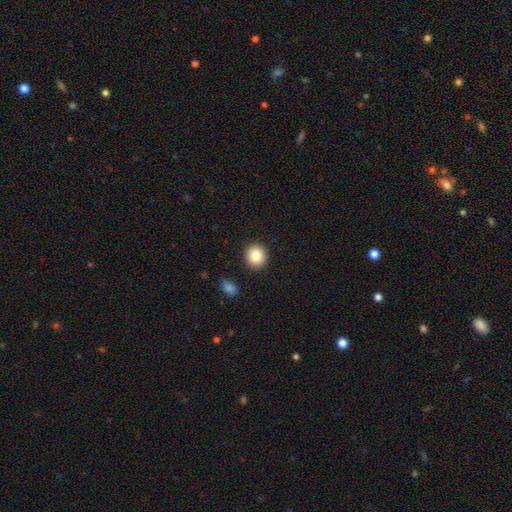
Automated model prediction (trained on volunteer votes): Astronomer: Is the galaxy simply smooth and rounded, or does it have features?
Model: smooth — 84%.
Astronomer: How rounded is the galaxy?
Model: round — 88%.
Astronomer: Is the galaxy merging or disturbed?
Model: none — 90%.